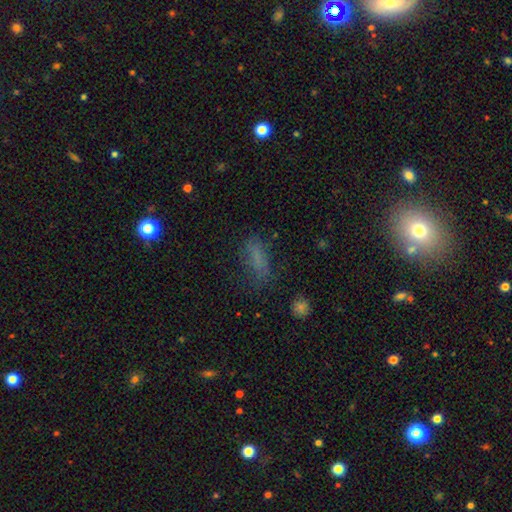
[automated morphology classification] Smooth or featured: smooth — 65% (star or artifact — 21%)
How rounded: in between — 56% (cigar-shaped — 39%)
Merging: none — 66% (minor disturbance — 20%)